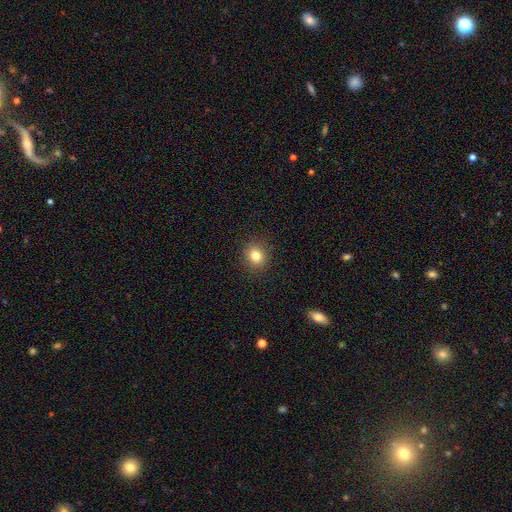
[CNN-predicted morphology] smooth_or_featured: smooth (p=0.81) [alt: star or artifact p=0.12]
how_rounded: round (p=0.79) [alt: in between p=0.20]
merging: none (p=0.90) [alt: minor disturbance p=0.06]